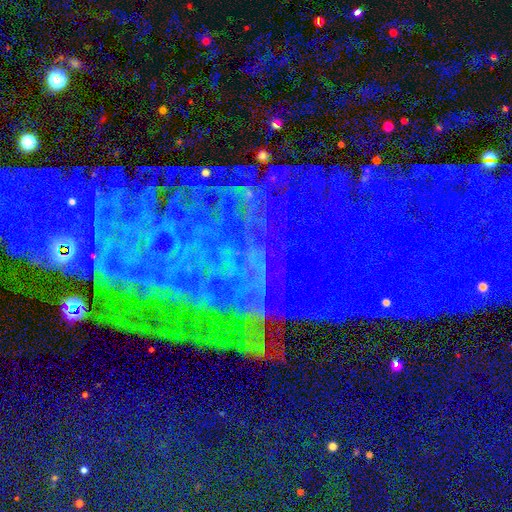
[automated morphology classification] Smooth or featured?
  - star or artifact: 83% *
  - featured or disk: 10%
  - smooth: 7%